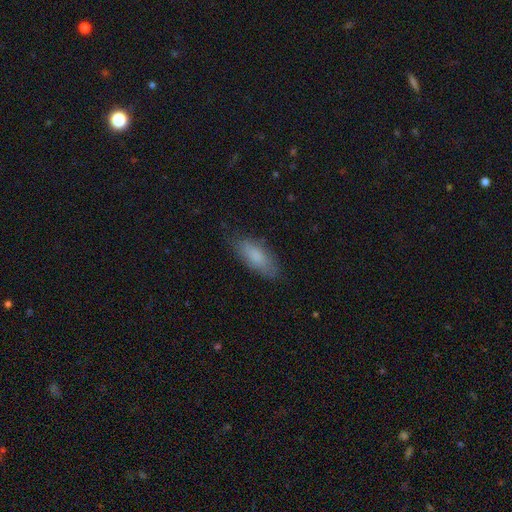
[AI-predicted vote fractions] smooth-or-featured: smooth: 80% | featured or disk: 13% | star or artifact: 6%
  how-rounded: in between: 74% | cigar-shaped: 25% | round: 2%
  merging: none: 76% | minor disturbance: 18% | major disturbance: 4% | merger: 1%